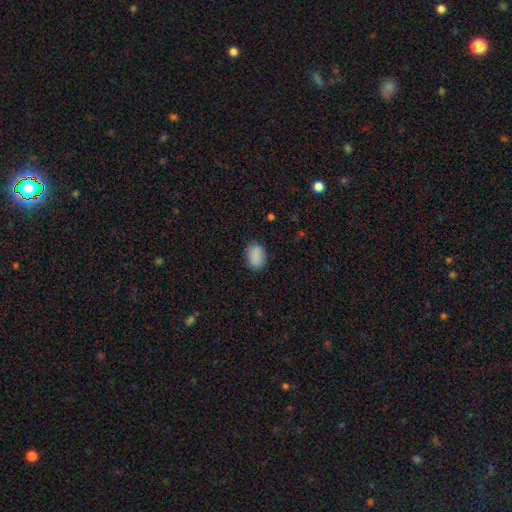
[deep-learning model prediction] smooth-or-featured: smooth: 88% | star or artifact: 8% | featured or disk: 4%
  how-rounded: in between: 72% | round: 26% | cigar-shaped: 1%
  merging: none: 84% | minor disturbance: 12% | major disturbance: 3% | merger: 1%